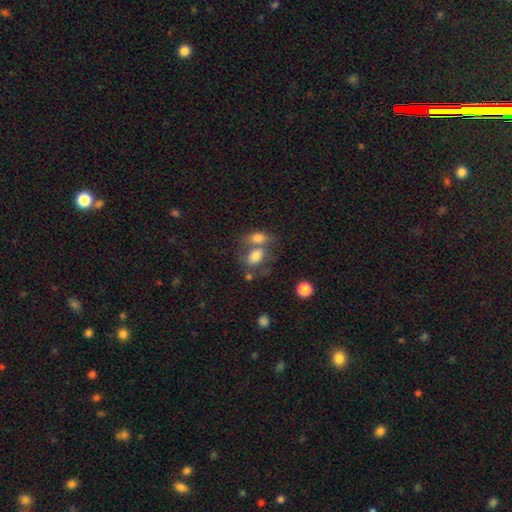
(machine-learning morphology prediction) A smooth galaxy with no disk features (74%) that is in between round and cigar-shaped (74%).

Vote fractions:
- Smooth or featured? smooth: 74% / featured or disk: 16% / star or artifact: 10%
- How rounded? in between: 74% / round: 24% / cigar-shaped: 2%
- Merging? merger: 51% / none: 32% / minor disturbance: 10% / major disturbance: 6%